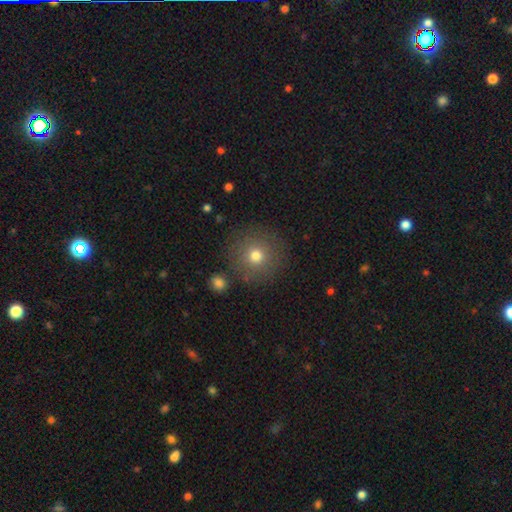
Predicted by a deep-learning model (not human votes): Smooth or featured? smooth (76%)
How rounded? round (94%)
Merging? none (86%)